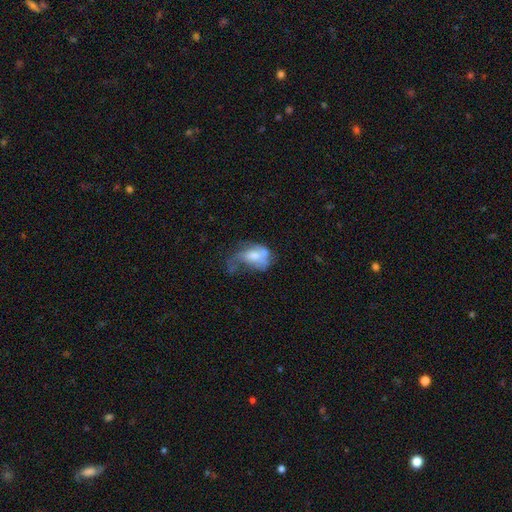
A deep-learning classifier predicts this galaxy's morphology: A smooth galaxy with no disk features (49%). Merging: major disturbance (45%).